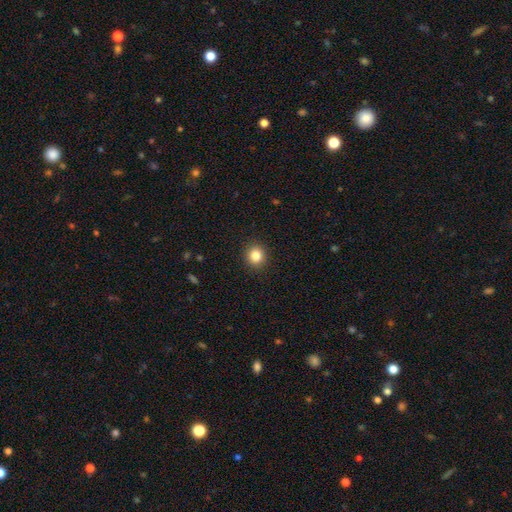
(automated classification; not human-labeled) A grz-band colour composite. It shows a smooth galaxy with no disk features (83%) that is round (87%). Merging: none (92%).